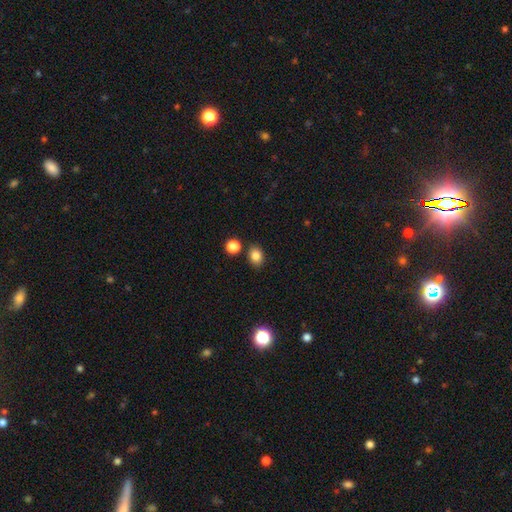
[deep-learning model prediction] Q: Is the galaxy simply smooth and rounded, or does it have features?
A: smooth — 84%.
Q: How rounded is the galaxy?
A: in between — 59%.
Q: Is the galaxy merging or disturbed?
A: none — 81%.